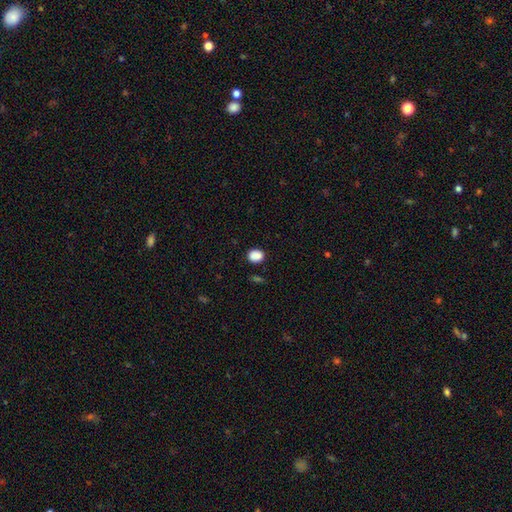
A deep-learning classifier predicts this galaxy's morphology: Smooth or featured? Predicted: smooth (p=0.87). How rounded? Predicted: round (p=0.57). Merging? Predicted: none (p=0.83).